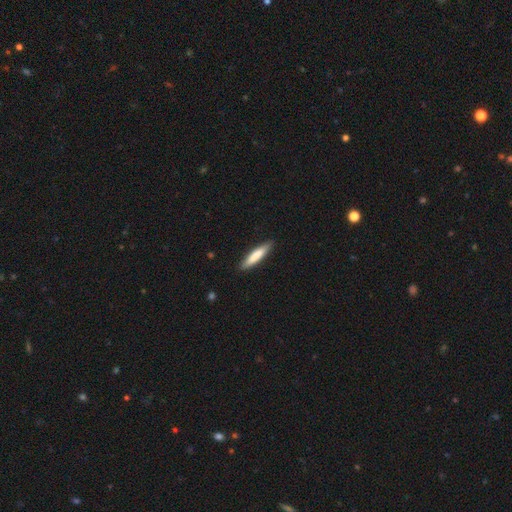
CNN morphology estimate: The model was most divided on "smooth or featured": smooth: 77%, featured or disk: 18%, star or artifact: 5%. More confident: merging — none (88%); how rounded — cigar-shaped (85%).